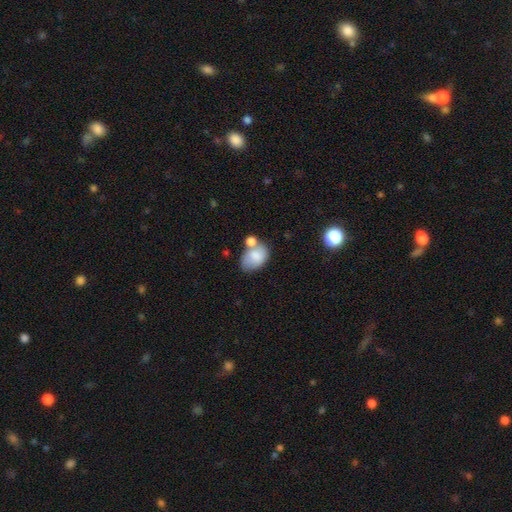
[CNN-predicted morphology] smooth 80%, featured or disk 13%, star or artifact 7%. Down the decision tree: how rounded — in between (82%); merging — none (42%).